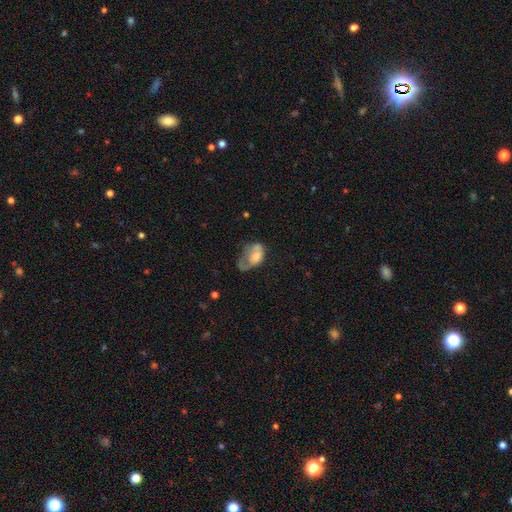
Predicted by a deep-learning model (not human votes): Smooth or featured? smooth (58%)
How rounded? in between (88%)
Merging? major disturbance (46%)